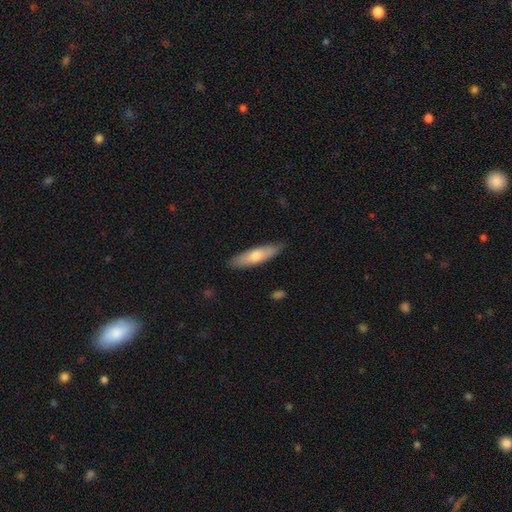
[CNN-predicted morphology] Q: Smooth or featured?
A: smooth (65%); runner-up: featured or disk (30%)
Q: How rounded?
A: cigar-shaped (65%); runner-up: in between (33%)
Q: Merging?
A: none (86%); runner-up: minor disturbance (11%)